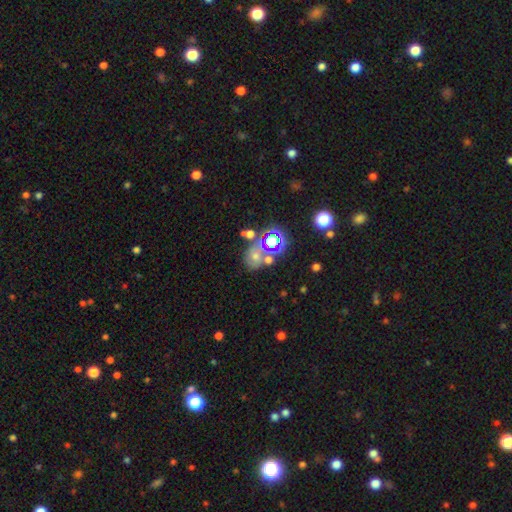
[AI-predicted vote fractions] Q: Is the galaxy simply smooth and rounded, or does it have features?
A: star or artifact — 45%.